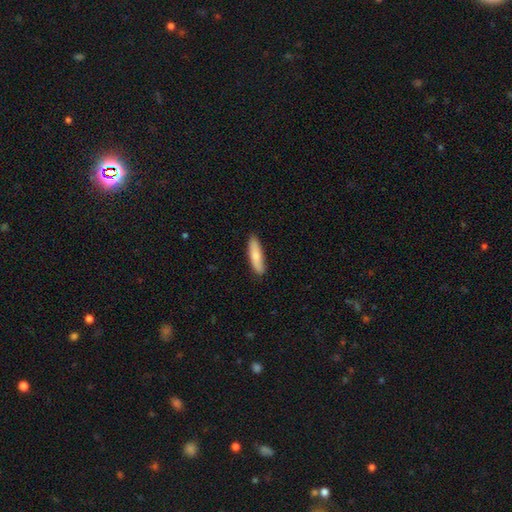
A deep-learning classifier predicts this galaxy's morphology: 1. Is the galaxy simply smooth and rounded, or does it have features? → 78% smooth, 17% featured or disk, 5% star or artifact.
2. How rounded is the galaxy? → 70% cigar-shaped, 29% in between, 2% round.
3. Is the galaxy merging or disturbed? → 86% none, 11% minor disturbance, 2% major disturbance, 1% merger.